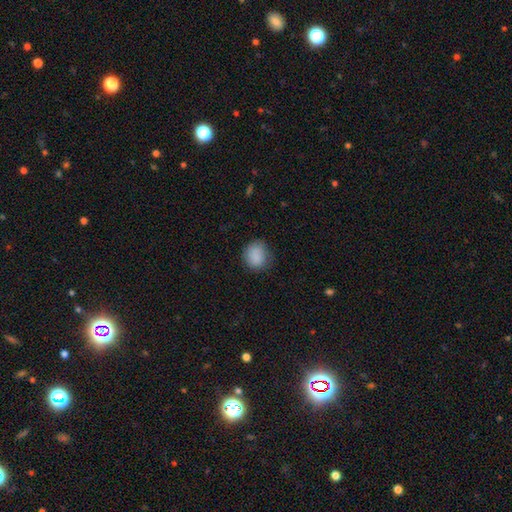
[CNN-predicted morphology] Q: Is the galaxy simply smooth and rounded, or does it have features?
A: smooth — 88%.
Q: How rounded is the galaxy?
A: round — 72%.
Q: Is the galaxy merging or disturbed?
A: none — 78%.